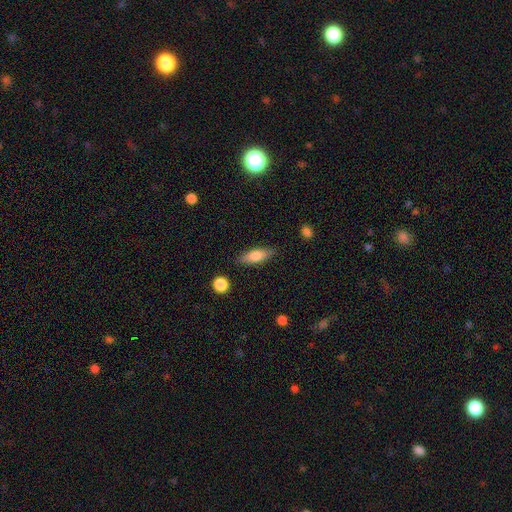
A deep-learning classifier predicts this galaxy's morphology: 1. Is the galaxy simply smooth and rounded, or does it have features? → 72% smooth, 22% featured or disk, 7% star or artifact.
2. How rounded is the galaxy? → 60% in between, 37% cigar-shaped, 3% round.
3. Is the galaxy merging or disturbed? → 84% none, 11% minor disturbance, 3% major disturbance, 2% merger.